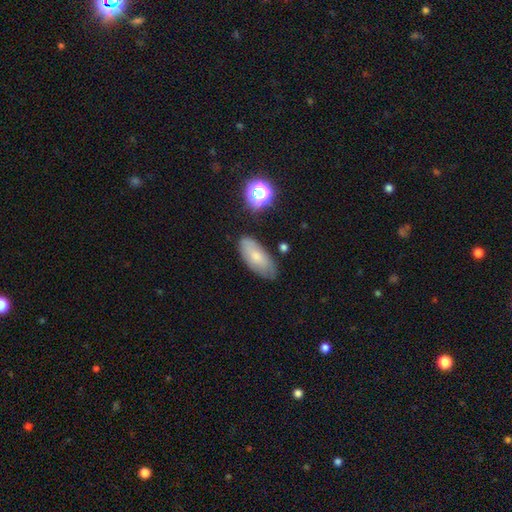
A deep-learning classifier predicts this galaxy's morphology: The model was most divided on "smooth or featured": smooth: 70%, featured or disk: 21%, star or artifact: 9%. More confident: how rounded — in between (87%); merging — none (73%).